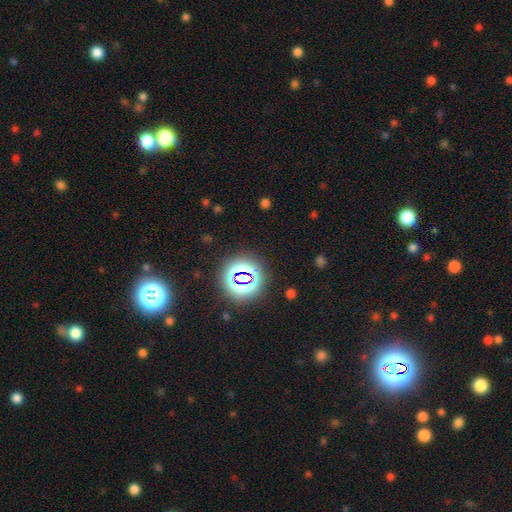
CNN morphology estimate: Smooth or featured?
  - star or artifact: 74% *
  - smooth: 19%
  - featured or disk: 7%